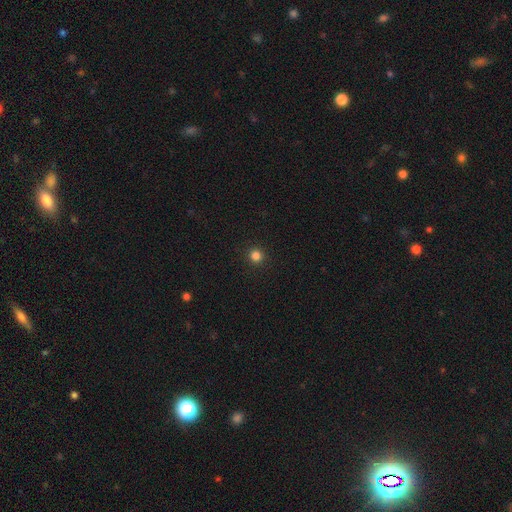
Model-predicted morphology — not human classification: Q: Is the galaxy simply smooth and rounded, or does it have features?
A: smooth — 83%.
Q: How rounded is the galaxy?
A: round — 95%.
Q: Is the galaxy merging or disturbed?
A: none — 93%.